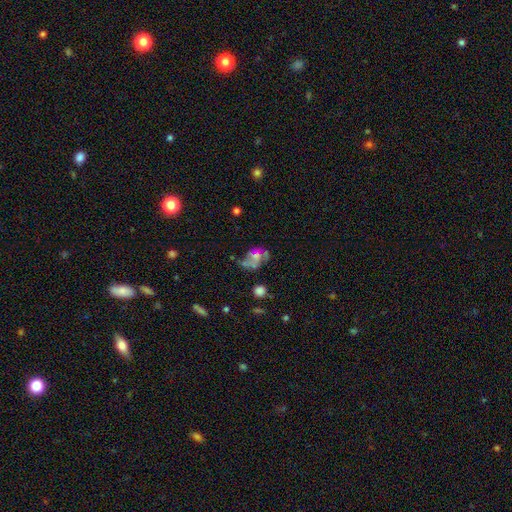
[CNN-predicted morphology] The model was most divided on "merging": none: 30%, major disturbance: 29%, minor disturbance: 23%, merger: 18%. Remaining: smooth or featured — featured or disk (48%).